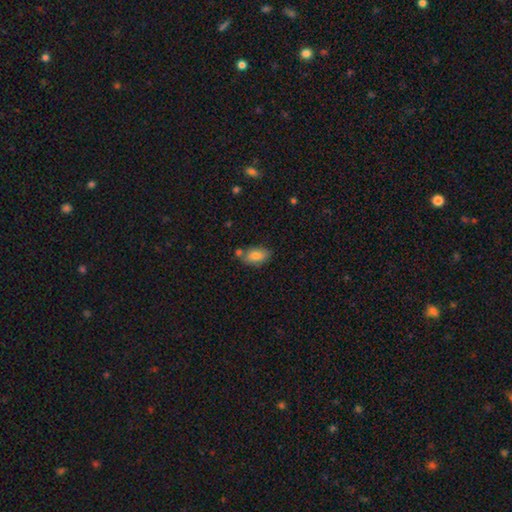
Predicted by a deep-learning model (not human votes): smooth-or-featured: smooth: 81% | featured or disk: 11% | star or artifact: 8%
  how-rounded: in between: 90% | round: 7% | cigar-shaped: 3%
  merging: none: 66% | minor disturbance: 18% | merger: 13% | major disturbance: 4%